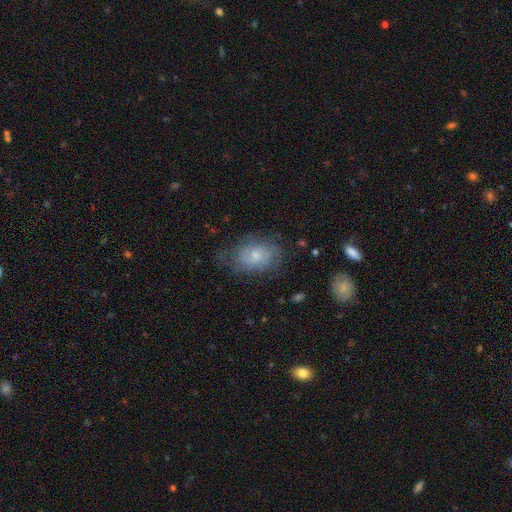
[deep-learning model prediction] smooth-or-featured: smooth: 49% | featured or disk: 42% | star or artifact: 9%
  merging: none: 62% | minor disturbance: 24% | major disturbance: 12% | merger: 2%